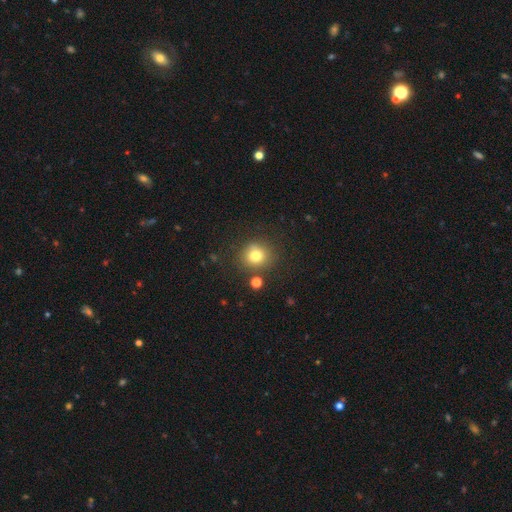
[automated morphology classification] Q: Smooth or featured?
A: smooth (78%); runner-up: star or artifact (13%)
Q: How rounded?
A: round (86%); runner-up: in between (13%)
Q: Merging?
A: none (80%); runner-up: minor disturbance (10%)